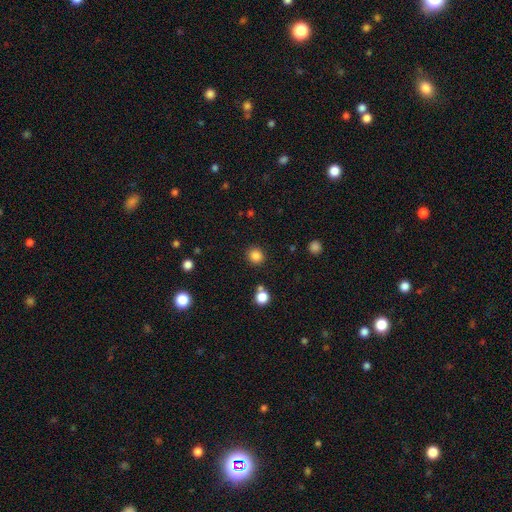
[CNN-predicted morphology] smooth 85%, star or artifact 12%, featured or disk 3%. Down the decision tree: how rounded — round (88%); merging — none (88%).